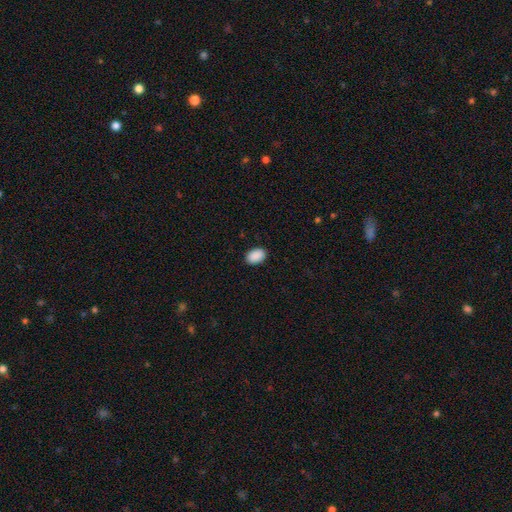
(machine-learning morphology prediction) This is clearly a smooth galaxy (91%). How rounded: clearly in between (87%). Merging: clearly none (90%).